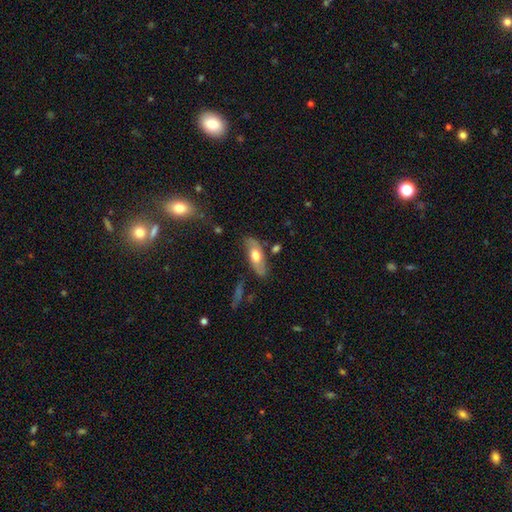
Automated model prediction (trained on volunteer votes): Q: Smooth or featured?
A: smooth (57%); runner-up: featured or disk (37%)
Q: How rounded?
A: in between (79%); runner-up: cigar-shaped (18%)
Q: Merging?
A: none (73%); runner-up: minor disturbance (18%)